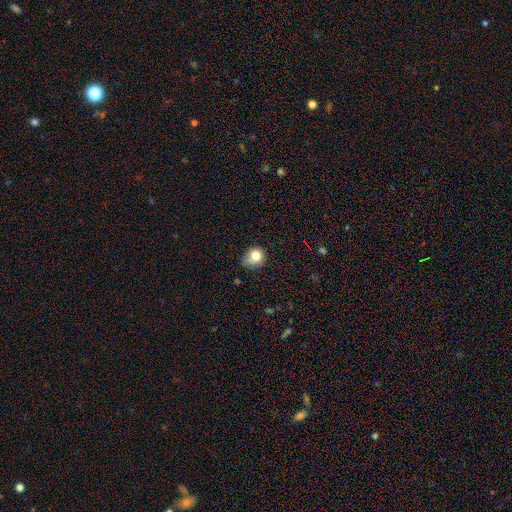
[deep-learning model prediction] Q: Smooth or featured?
A: smooth (77%); runner-up: featured or disk (12%)
Q: How rounded?
A: round (64%); runner-up: in between (35%)
Q: Merging?
A: none (47%); runner-up: minor disturbance (37%)